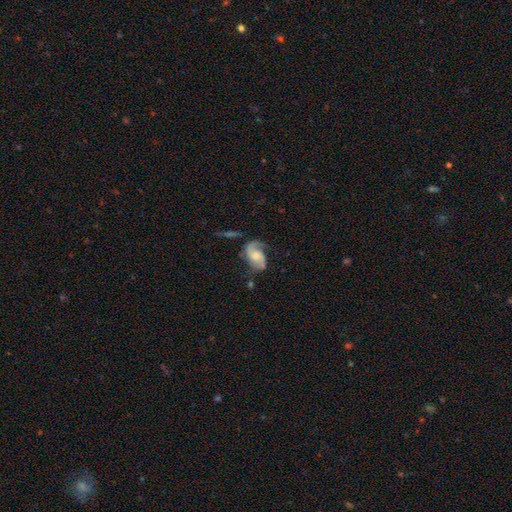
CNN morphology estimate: This appears to be a featured or disk galaxy (74%) with no bar (61%), 2 (68%) medium (43%) spiral arms (93%) and a moderate central bulge (46%). Merging: none (52%).